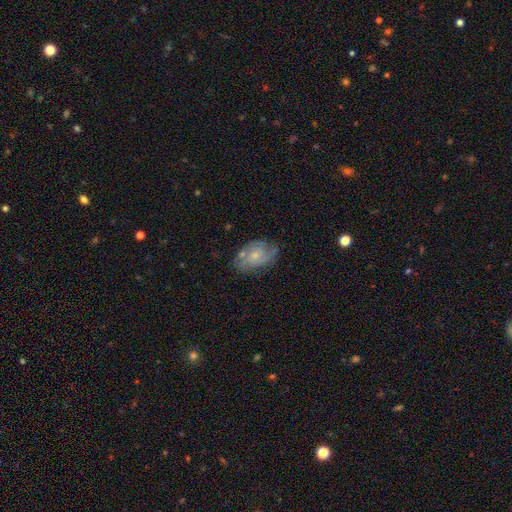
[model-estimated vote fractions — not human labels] Smooth or featured: featured or disk — 67% (smooth — 26%)
Edge-on disk: no — 96% (yes — 4%)
Bar: no — 76% (weak — 21%)
Spiral arms: yes — 81% (no — 19%)
Spiral winding: tight — 46% (medium — 39%)
Spiral arm count: can't tell — 37% (2 — 34%)
Bulge size: small — 61% (moderate — 32%)
Merging: none — 62% (minor disturbance — 24%)